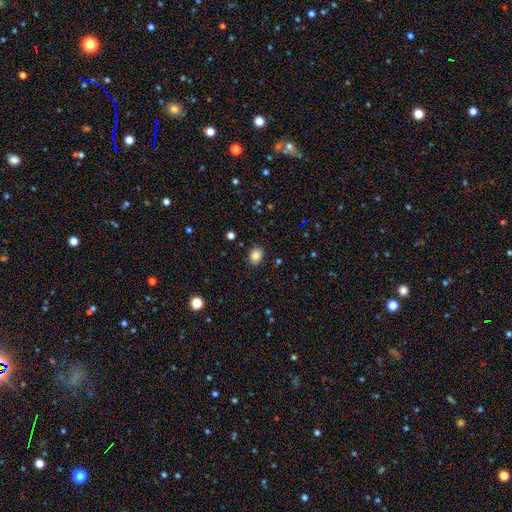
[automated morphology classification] Q: Smooth or featured?
A: smooth (84%); runner-up: star or artifact (10%)
Q: How rounded?
A: round (55%); runner-up: in between (44%)
Q: Merging?
A: none (88%); runner-up: minor disturbance (9%)